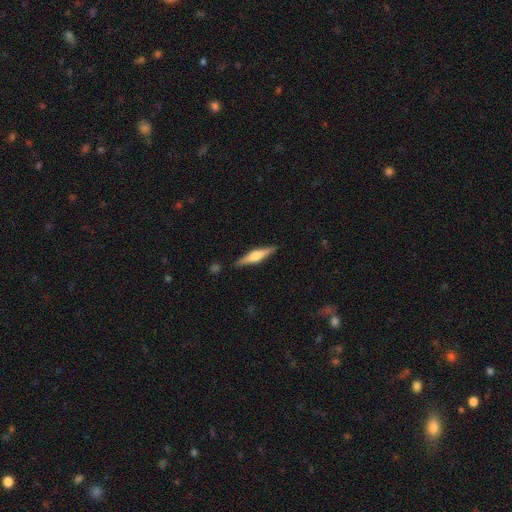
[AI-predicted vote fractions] This appears to be a featured or disk galaxy (60%) viewed edge-on (97%) with a rounded central bulge (85%). Merging: none (88%).